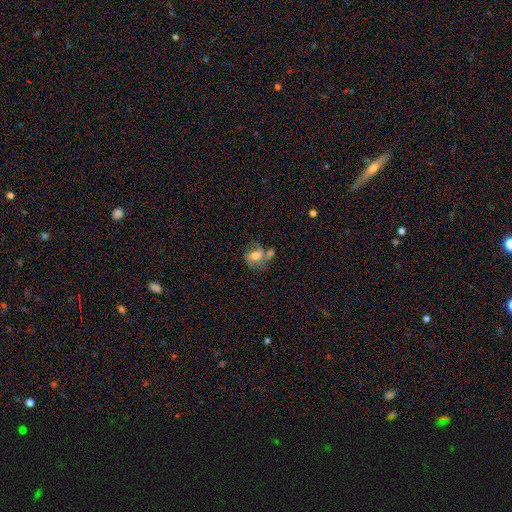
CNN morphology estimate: A featured or disk galaxy (54%) with no bar (45%), spiral arms (81%) and a moderate central bulge (55%). Merging: none (36%).